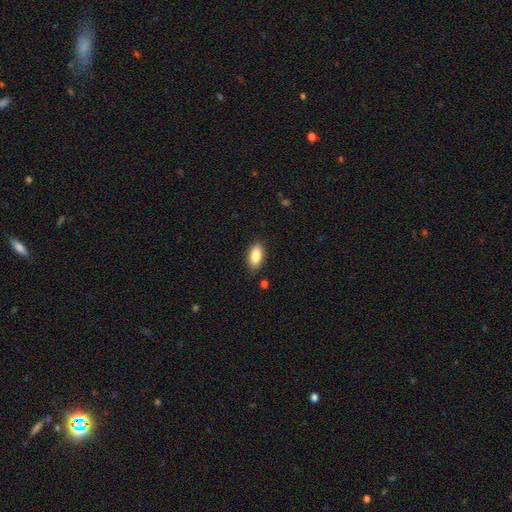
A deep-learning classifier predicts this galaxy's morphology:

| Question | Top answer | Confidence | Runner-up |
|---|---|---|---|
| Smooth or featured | smooth | 85% | featured or disk (8%) |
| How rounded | in between | 90% | cigar-shaped (6%) |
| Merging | none | 86% | minor disturbance (10%) |